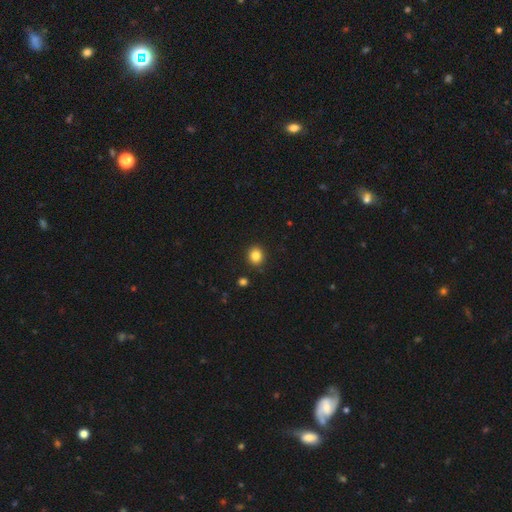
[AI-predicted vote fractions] Q: Smooth or featured?
A: smooth (85%); runner-up: star or artifact (10%)
Q: How rounded?
A: round (77%); runner-up: in between (22%)
Q: Merging?
A: none (90%); runner-up: minor disturbance (6%)